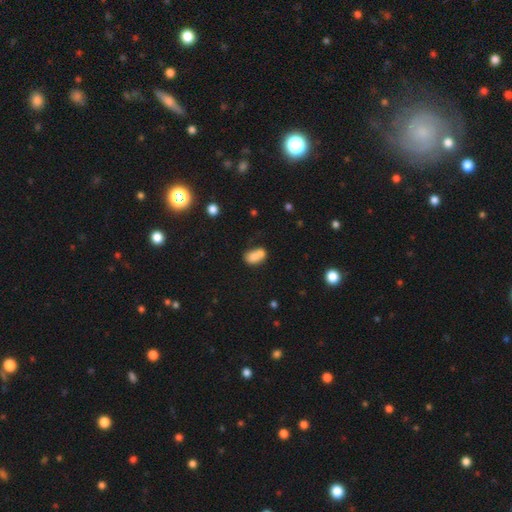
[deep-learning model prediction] The model was most divided on "merging": none: 44%, merger: 30%, minor disturbance: 19%, major disturbance: 7%. More confident: how rounded — in between (86%); smooth or featured — smooth (80%).